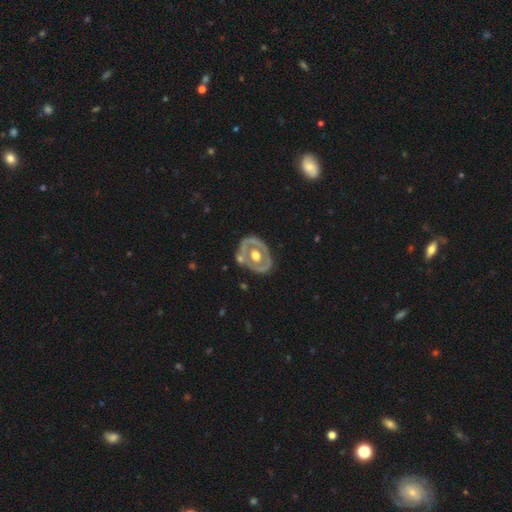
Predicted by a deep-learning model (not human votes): Q: Smooth or featured?
A: featured or disk (67%); runner-up: smooth (28%)
Q: Edge-on disk?
A: no (93%); runner-up: yes (7%)
Q: Bar?
A: no (85%); runner-up: weak (11%)
Q: Spiral arms?
A: no (83%); runner-up: yes (17%)
Q: Bulge size?
A: moderate (60%); runner-up: large (33%)
Q: Merging?
A: none (68%); runner-up: minor disturbance (18%)